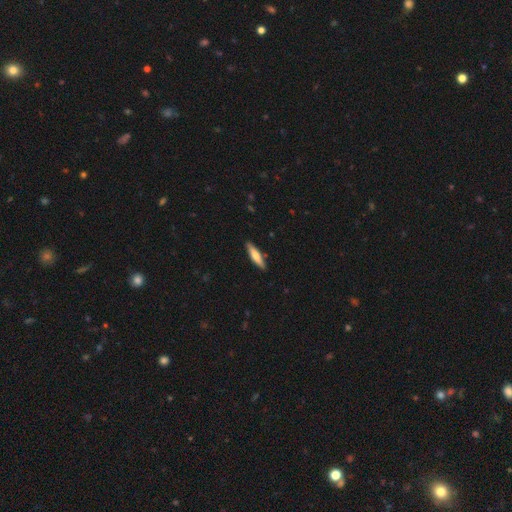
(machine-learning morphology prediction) Q: Smooth or featured?
A: smooth (65%); runner-up: featured or disk (29%)
Q: How rounded?
A: cigar-shaped (77%); runner-up: in between (22%)
Q: Merging?
A: none (88%); runner-up: minor disturbance (9%)